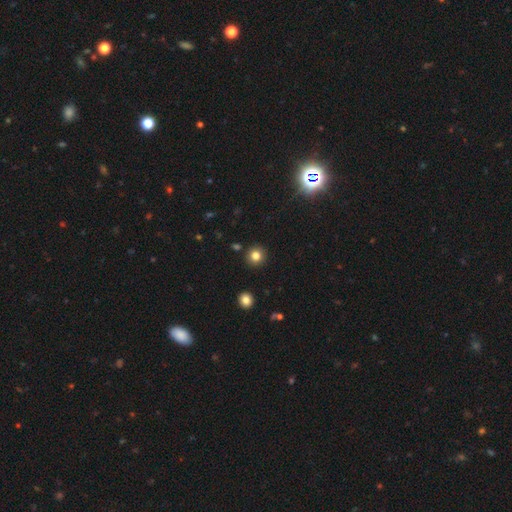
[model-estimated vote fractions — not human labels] Smooth or featured? Predicted: smooth (p=0.81). How rounded? Predicted: round (p=0.93). Merging? Predicted: none (p=0.91).